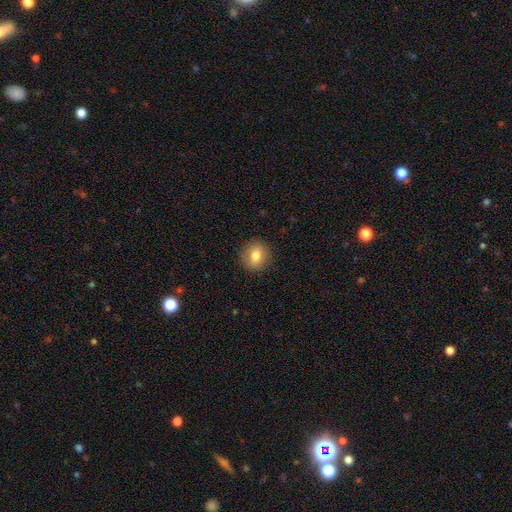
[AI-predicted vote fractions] smooth 79%, featured or disk 12%, star or artifact 10%. Down the decision tree: how rounded — round (83%); merging — none (90%).